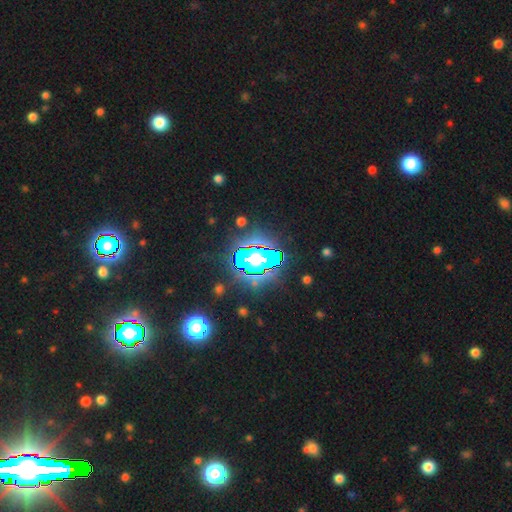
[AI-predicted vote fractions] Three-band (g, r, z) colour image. It shows a star or artifact, not a galaxy (78%).